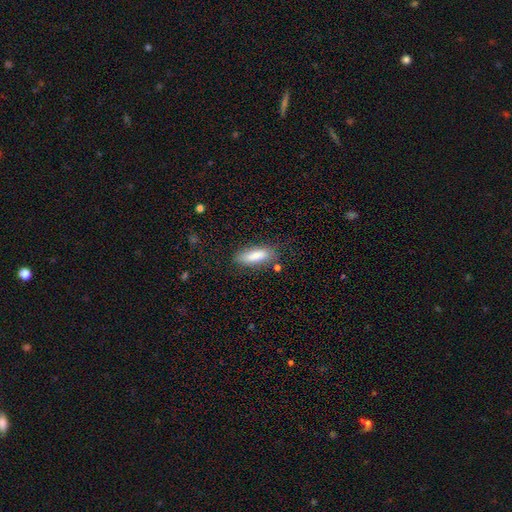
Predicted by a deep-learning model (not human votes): Smooth or featured?
  - smooth: 80% *
  - featured or disk: 13%
  - star or artifact: 7%
How rounded?
  - in between: 63% *
  - cigar-shaped: 35%
  - round: 2%
Merging?
  - none: 74% *
  - minor disturbance: 18%
  - major disturbance: 5%
  - merger: 3%